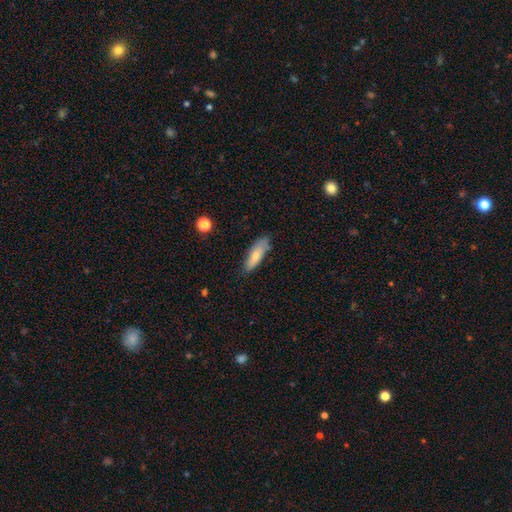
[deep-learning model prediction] smooth_or_featured: smooth (p=0.74) [alt: featured or disk p=0.20]
how_rounded: in between (p=0.53) [alt: cigar-shaped p=0.45]
merging: none (p=0.72) [alt: minor disturbance p=0.21]